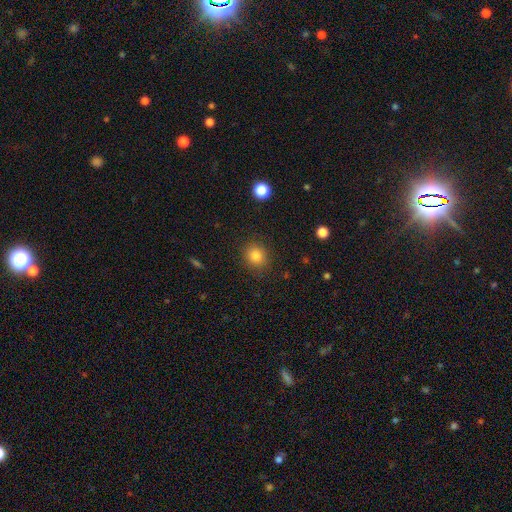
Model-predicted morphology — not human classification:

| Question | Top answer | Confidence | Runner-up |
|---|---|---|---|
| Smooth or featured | smooth | 84% | star or artifact (11%) |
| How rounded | round | 82% | in between (17%) |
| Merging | none | 87% | minor disturbance (9%) |